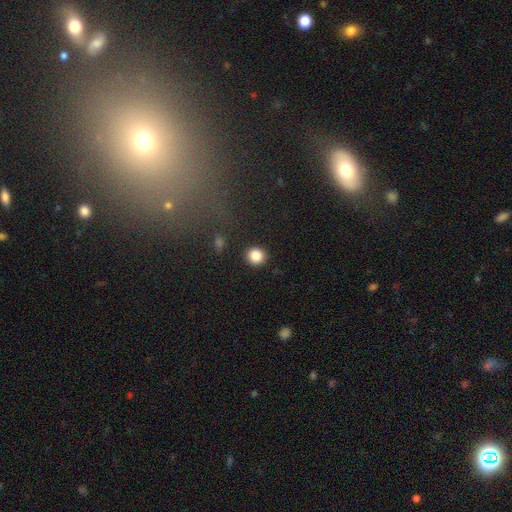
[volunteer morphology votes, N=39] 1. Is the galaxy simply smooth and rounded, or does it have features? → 87% smooth, 8% star or artifact, 5% featured or disk.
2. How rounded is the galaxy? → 94% round, 6% in between, 0% cigar-shaped.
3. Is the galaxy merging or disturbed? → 83% none, 11% minor disturbance, 3% major disturbance, 3% merger.